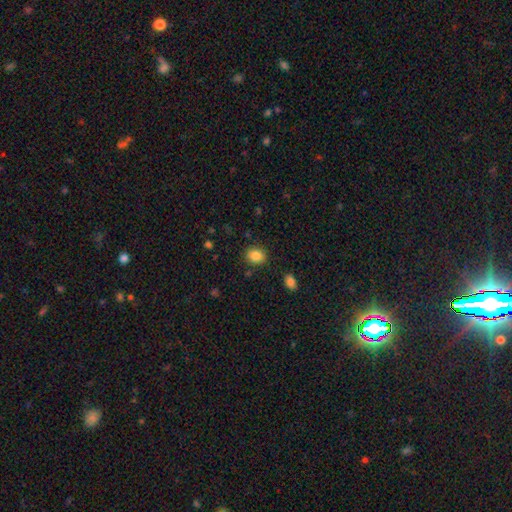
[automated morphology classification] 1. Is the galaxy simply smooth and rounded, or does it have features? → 86% smooth, 10% star or artifact, 5% featured or disk.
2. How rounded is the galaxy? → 57% round, 43% in between, 1% cigar-shaped.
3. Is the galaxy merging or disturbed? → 85% none, 10% minor disturbance, 3% major disturbance, 2% merger.